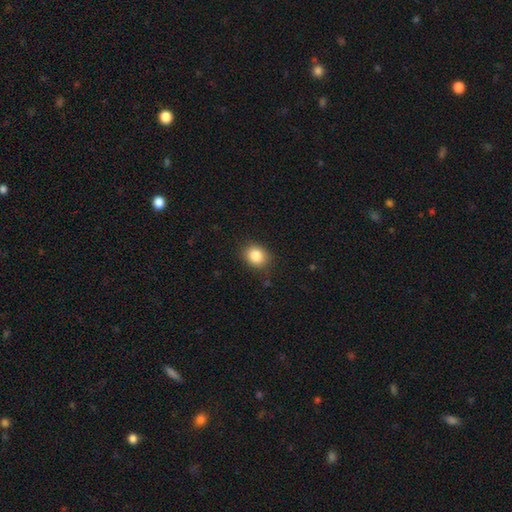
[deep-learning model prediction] A smooth galaxy with no disk features (85%) that is round (60%).

Vote fractions:
- Smooth or featured? smooth: 85% / star or artifact: 10% / featured or disk: 5%
- How rounded? round: 60% / in between: 39% / cigar-shaped: 1%
- Merging? none: 85% / minor disturbance: 11% / major disturbance: 3% / merger: 1%